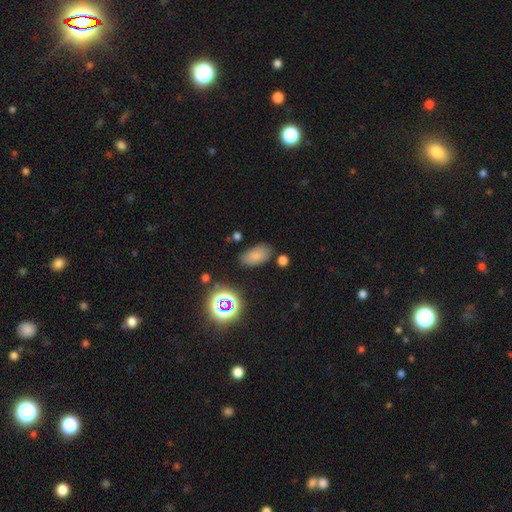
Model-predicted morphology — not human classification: This is likely a smooth galaxy (76%). How rounded: clearly in between (92%). Merging: likely none (79%).